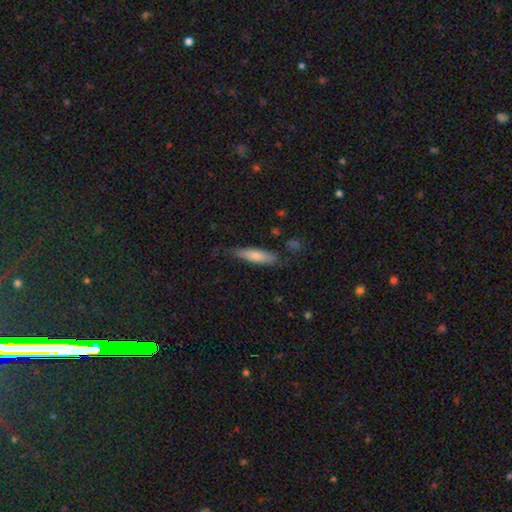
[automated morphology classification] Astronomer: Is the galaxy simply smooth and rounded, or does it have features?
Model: smooth — 74%.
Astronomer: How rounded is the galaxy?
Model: cigar-shaped — 73%.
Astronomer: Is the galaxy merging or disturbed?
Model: none — 70%.